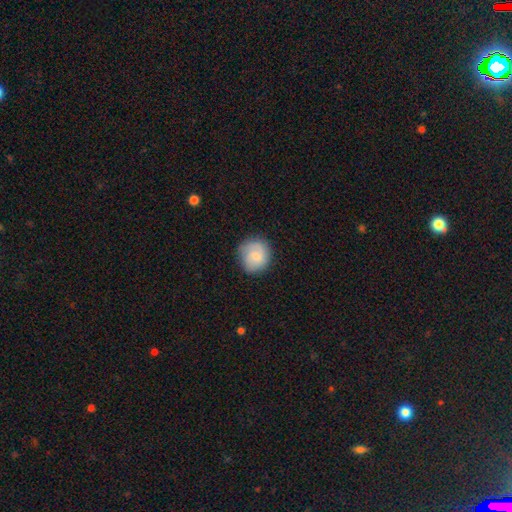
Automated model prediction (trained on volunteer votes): Smooth or featured? Predicted: smooth (p=0.74). How rounded? Predicted: round (p=0.87). Merging? Predicted: none (p=0.76).